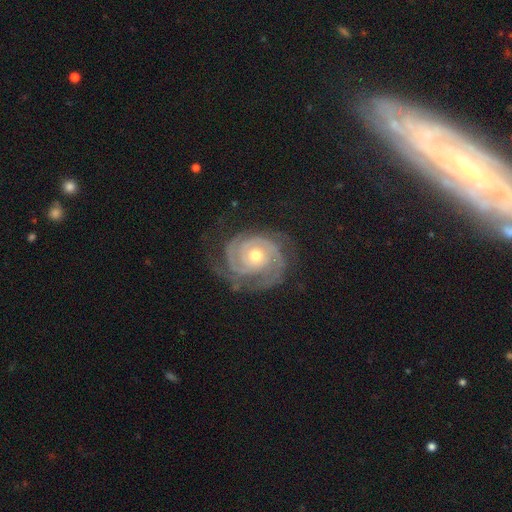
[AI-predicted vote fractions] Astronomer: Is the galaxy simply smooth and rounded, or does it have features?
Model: featured or disk — 90%.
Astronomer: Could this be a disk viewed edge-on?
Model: no — 98%.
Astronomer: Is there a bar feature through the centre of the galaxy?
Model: no — 79%.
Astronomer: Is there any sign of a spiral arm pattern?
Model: yes — 97%.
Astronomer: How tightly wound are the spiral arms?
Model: tight — 78%.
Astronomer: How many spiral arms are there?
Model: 3 — 35% (runner-up: 2, 25%).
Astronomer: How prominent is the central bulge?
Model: moderate — 72%.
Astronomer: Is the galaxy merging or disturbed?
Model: none — 69%.